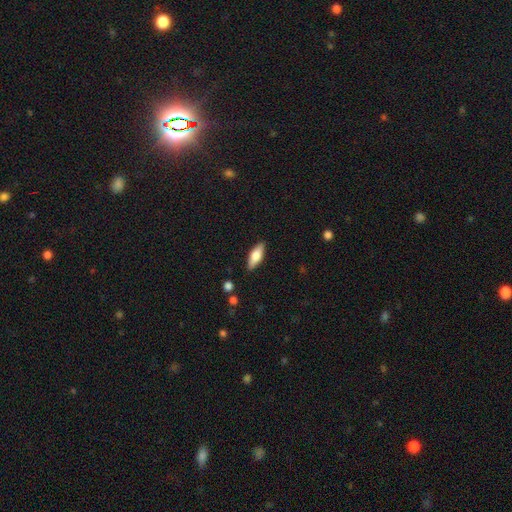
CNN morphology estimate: type=smooth (63%); roundness=in between (67%); merging=none (87%).